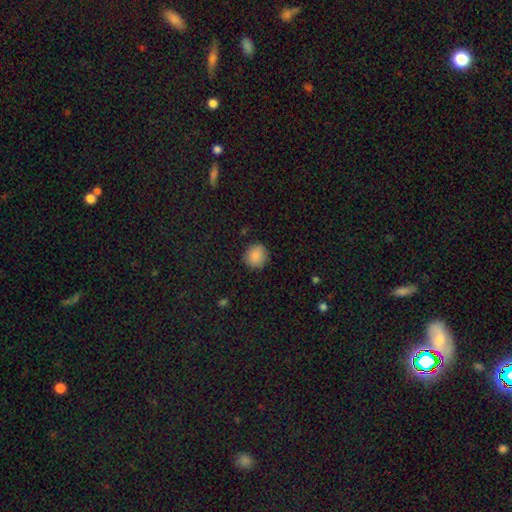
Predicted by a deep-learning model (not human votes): Q: Smooth or featured?
A: smooth (85%); runner-up: star or artifact (9%)
Q: How rounded?
A: round (89%); runner-up: in between (10%)
Q: Merging?
A: none (87%); runner-up: minor disturbance (9%)